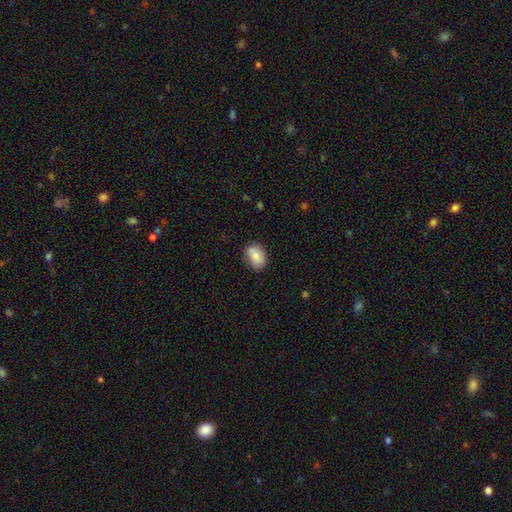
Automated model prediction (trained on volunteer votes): Morphology: type=smooth (81%); roundness=in between (80%); merging=none (76%).